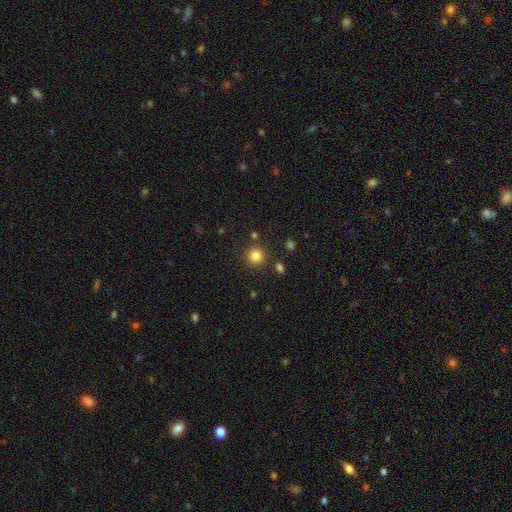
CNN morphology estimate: smooth 83%, star or artifact 12%, featured or disk 5%. Down the decision tree: how rounded — round (93%); merging — none (86%).